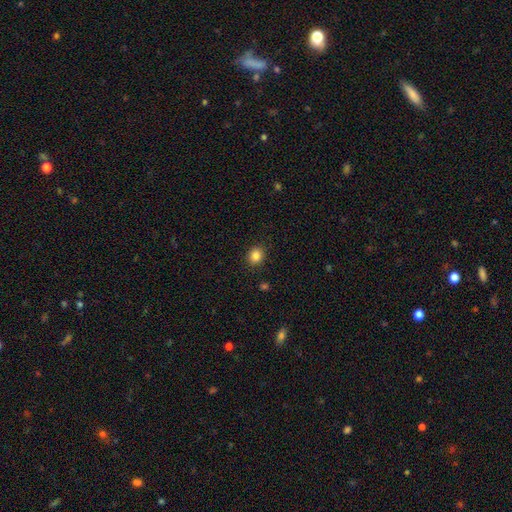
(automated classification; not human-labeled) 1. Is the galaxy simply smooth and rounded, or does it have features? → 86% smooth, 10% star or artifact, 4% featured or disk.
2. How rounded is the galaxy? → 72% round, 28% in between, 1% cigar-shaped.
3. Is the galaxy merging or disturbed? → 89% none, 7% minor disturbance, 2% major disturbance, 1% merger.